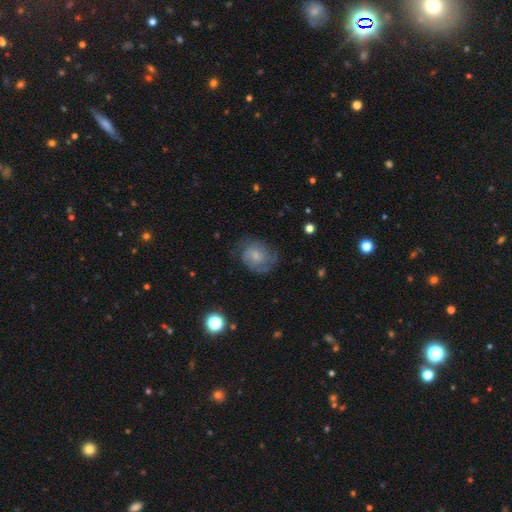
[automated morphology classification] Smooth or featured: smooth — 48% (featured or disk — 43%)
Merging: none — 58% (minor disturbance — 26%)